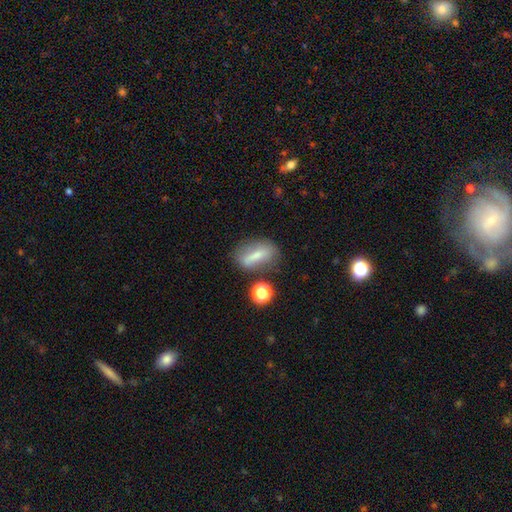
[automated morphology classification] smooth-or-featured: smooth: 61% | featured or disk: 28% | star or artifact: 11%
  how-rounded: in between: 66% | cigar-shaped: 23% | round: 11%
  merging: none: 64% | minor disturbance: 20% | major disturbance: 9% | merger: 7%